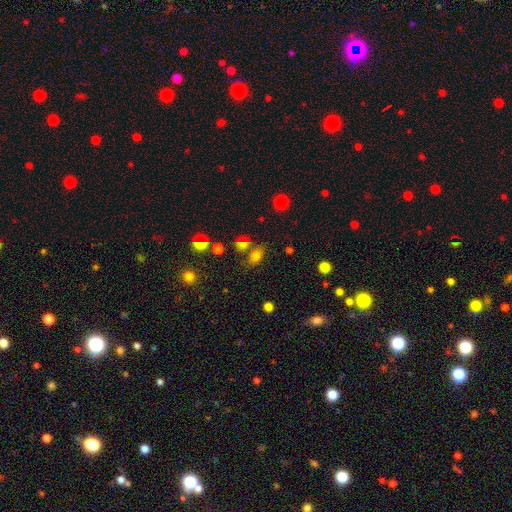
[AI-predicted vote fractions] smooth-or-featured: smooth: 75% | star or artifact: 15% | featured or disk: 10%
  how-rounded: in between: 76% | round: 20% | cigar-shaped: 4%
  merging: none: 61% | merger: 18% | minor disturbance: 14% | major disturbance: 6%